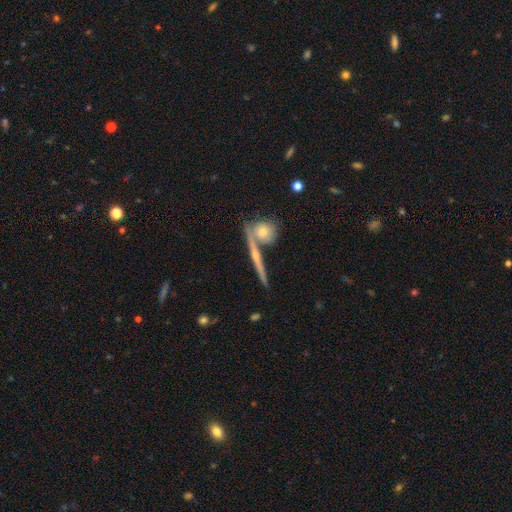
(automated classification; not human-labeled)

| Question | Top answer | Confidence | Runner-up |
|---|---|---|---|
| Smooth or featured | featured or disk | 64% | smooth (28%) |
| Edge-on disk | yes | 93% | no (7%) |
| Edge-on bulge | rounded | 56% | none (36%) |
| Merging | none | 70% | merger (18%) |